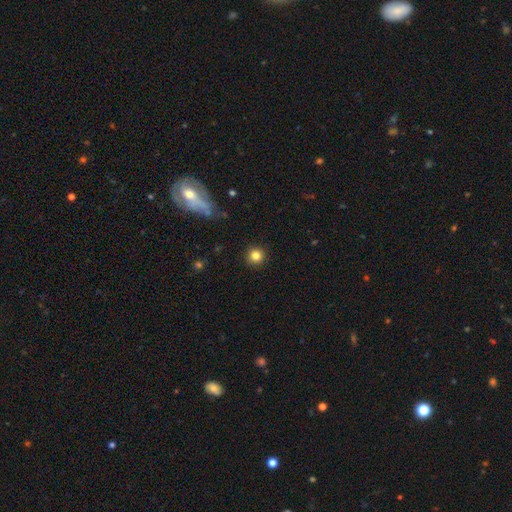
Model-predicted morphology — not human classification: This appears to be a smooth galaxy with no disk features (83%) that is round (95%). Merging: none (92%).